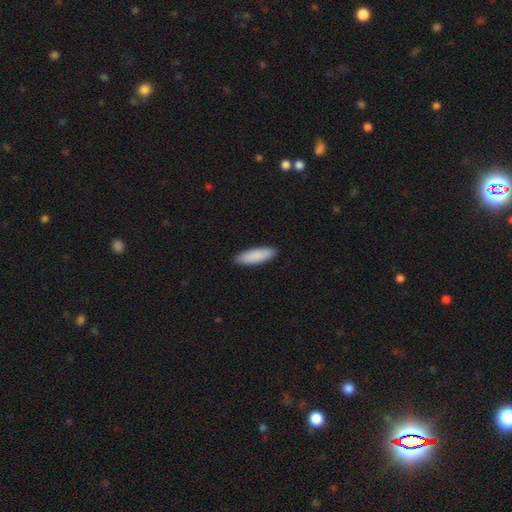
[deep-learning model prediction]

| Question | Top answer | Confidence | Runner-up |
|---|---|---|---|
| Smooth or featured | smooth | 89% | featured or disk (6%) |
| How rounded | cigar-shaped | 51% | in between (48%) |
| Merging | none | 90% | minor disturbance (8%) |